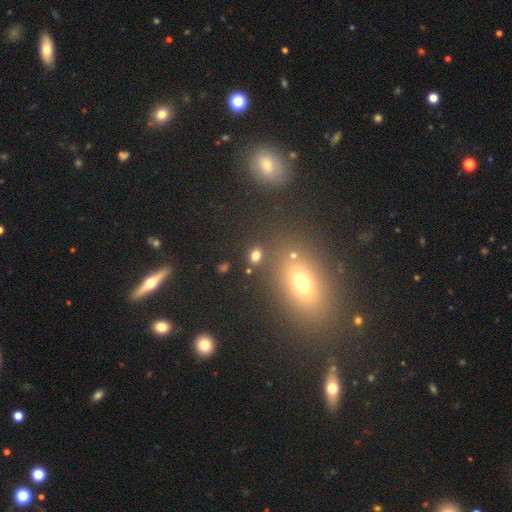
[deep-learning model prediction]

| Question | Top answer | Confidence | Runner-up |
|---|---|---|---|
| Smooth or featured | smooth | 73% | star or artifact (19%) |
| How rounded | in between | 65% | round (33%) |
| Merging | none | 81% | minor disturbance (9%) |